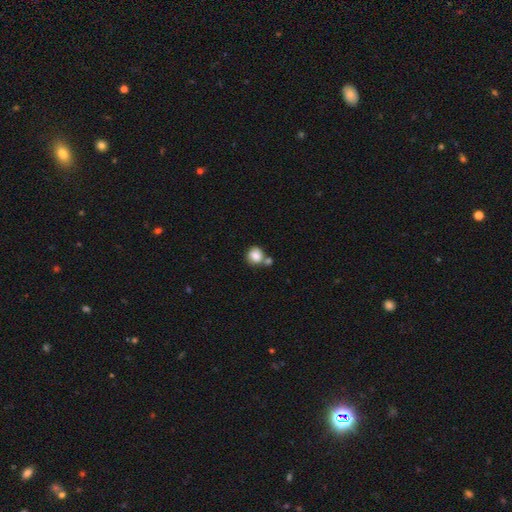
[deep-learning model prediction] smooth-or-featured: smooth: 85% | star or artifact: 8% | featured or disk: 7%
  how-rounded: round: 84% | in between: 15% | cigar-shaped: 1%
  merging: none: 51% | merger: 32% | minor disturbance: 13% | major disturbance: 5%